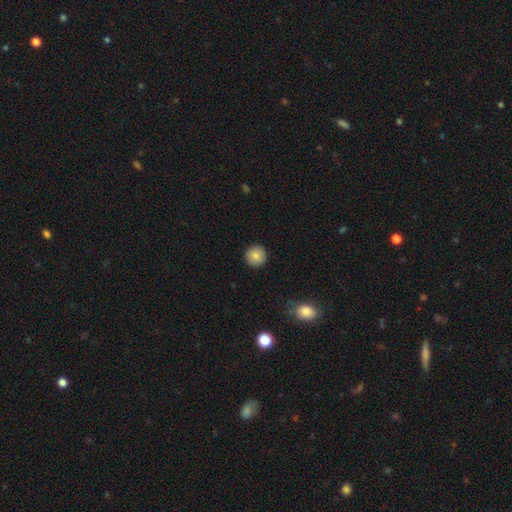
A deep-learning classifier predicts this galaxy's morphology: Smooth or featured? Predicted: smooth (p=0.84). How rounded? Predicted: round (p=0.95). Merging? Predicted: none (p=0.92).